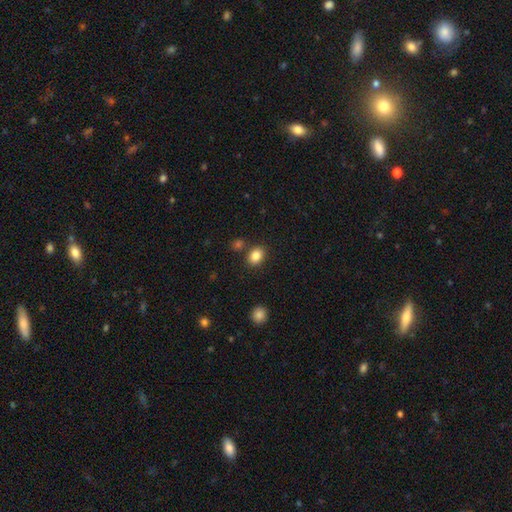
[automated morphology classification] A smooth galaxy with no disk features (85%) that is in between round and cigar-shaped (62%).

Vote fractions:
- Smooth or featured? smooth: 85% / star or artifact: 10% / featured or disk: 5%
- How rounded? in between: 62% / round: 38% / cigar-shaped: 1%
- Merging? none: 80% / minor disturbance: 10% / merger: 8% / major disturbance: 3%